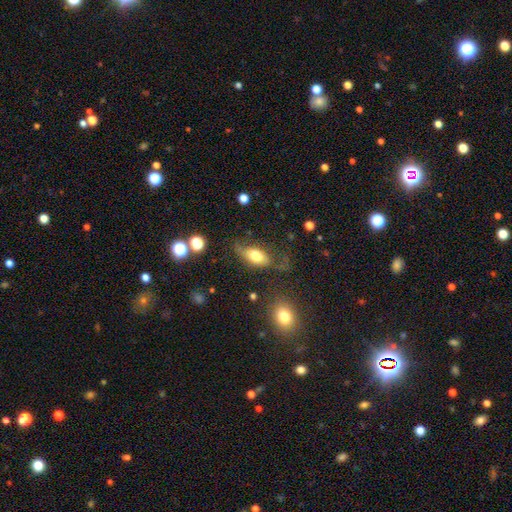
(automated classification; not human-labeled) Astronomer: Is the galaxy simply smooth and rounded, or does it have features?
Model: smooth — 66%.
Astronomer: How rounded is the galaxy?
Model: in between — 84%.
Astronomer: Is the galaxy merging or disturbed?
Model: none — 54%.